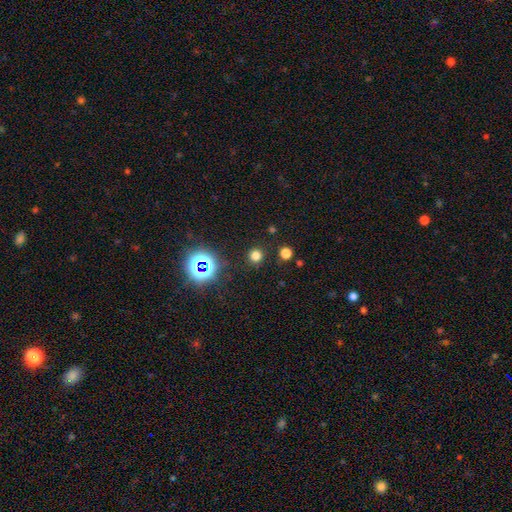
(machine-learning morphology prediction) Smooth or featured? smooth (71%)
How rounded? round (93%)
Merging? none (89%)